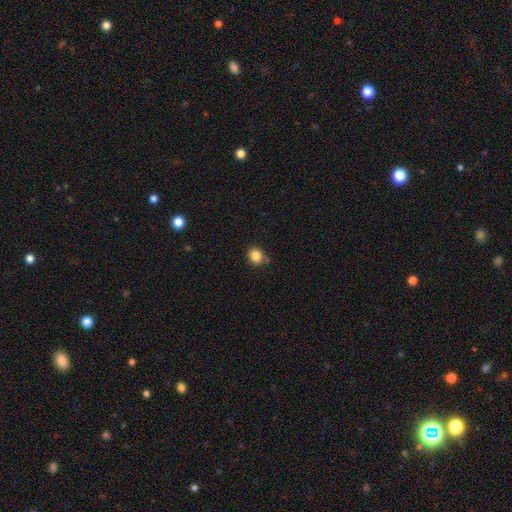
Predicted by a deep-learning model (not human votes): Q: Smooth or featured?
A: smooth (84%); runner-up: star or artifact (11%)
Q: How rounded?
A: round (72%); runner-up: in between (27%)
Q: Merging?
A: none (75%); runner-up: minor disturbance (16%)